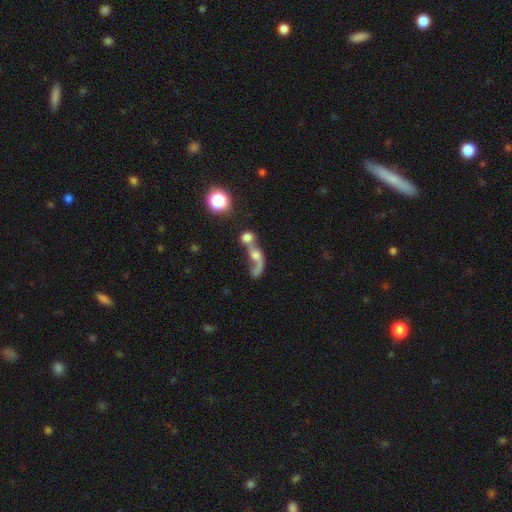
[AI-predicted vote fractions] A featured or disk galaxy (49%). Merging: merger (61%).